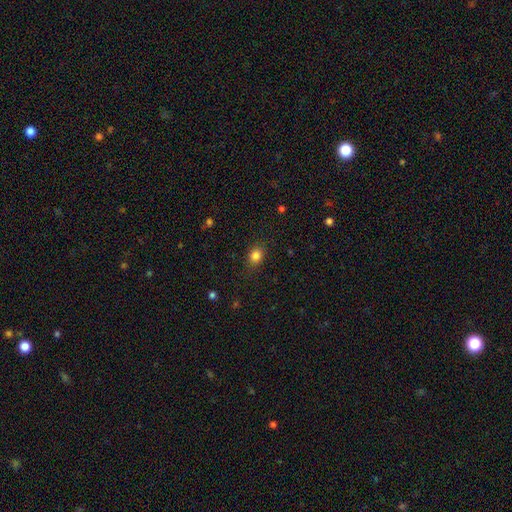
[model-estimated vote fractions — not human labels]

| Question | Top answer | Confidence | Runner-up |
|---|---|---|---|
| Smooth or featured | smooth | 83% | star or artifact (11%) |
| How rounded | round | 51% | in between (48%) |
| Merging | none | 85% | minor disturbance (11%) |